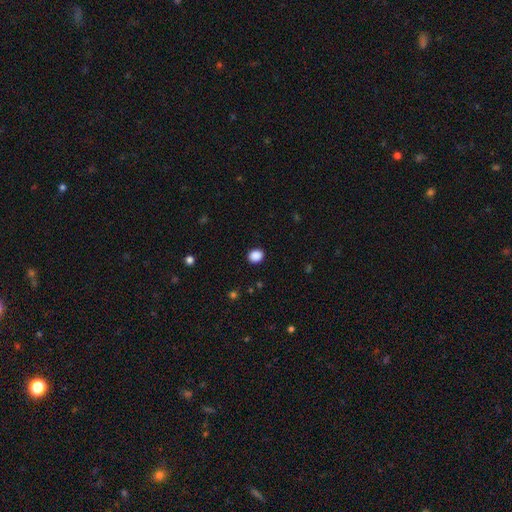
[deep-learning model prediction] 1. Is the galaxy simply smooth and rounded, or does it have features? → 88% smooth, 9% star or artifact, 2% featured or disk.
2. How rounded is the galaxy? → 65% round, 34% in between, 1% cigar-shaped.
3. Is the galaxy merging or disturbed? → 91% none, 6% minor disturbance, 2% major disturbance, 1% merger.